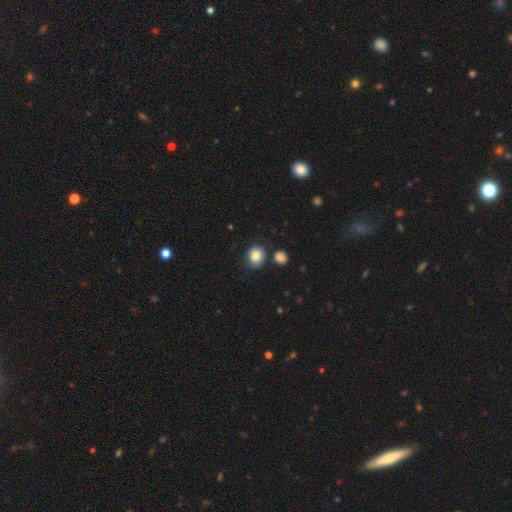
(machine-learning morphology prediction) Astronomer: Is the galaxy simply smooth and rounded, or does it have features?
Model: smooth — 84%.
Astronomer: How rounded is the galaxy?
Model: round — 66%.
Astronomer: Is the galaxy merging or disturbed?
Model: none — 77%.